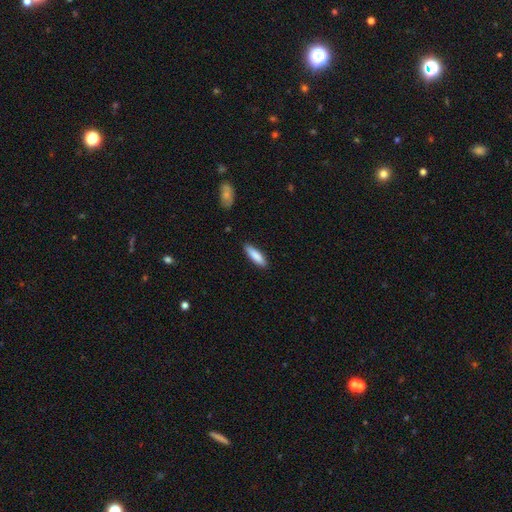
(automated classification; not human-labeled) smooth 86%, featured or disk 8%, star or artifact 6%. Down the decision tree: how rounded — cigar-shaped (62%); merging — none (87%).